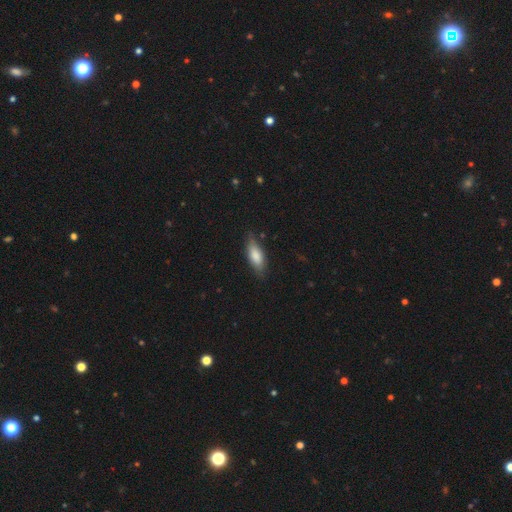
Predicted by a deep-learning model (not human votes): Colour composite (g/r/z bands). It shows a smooth galaxy with no disk features (79%) that is in between round and cigar-shaped (74%). Merging: none (73%).